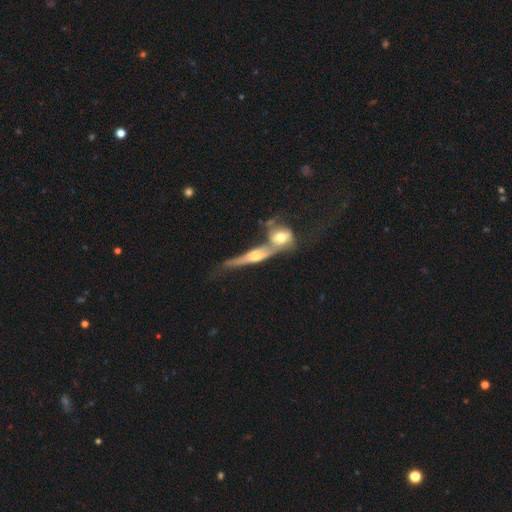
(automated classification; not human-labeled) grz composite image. It shows a featured or disk galaxy (64%) viewed edge-on (74%). Merging: merger (61%).